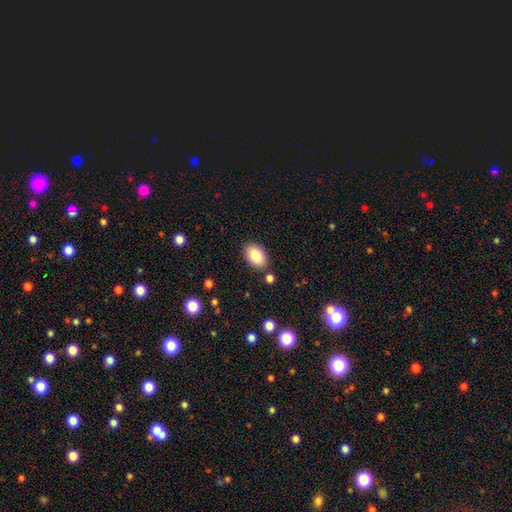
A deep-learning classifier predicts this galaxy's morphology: Smooth or featured? Predicted: smooth (p=0.87). How rounded? Predicted: in between (p=0.91). Merging? Predicted: none (p=0.83).